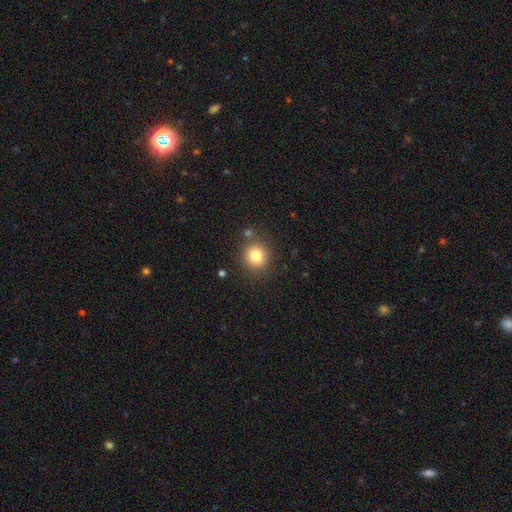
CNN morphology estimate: Overall: smooth (80%). How rounded: round (88%). Merging: none (83%).